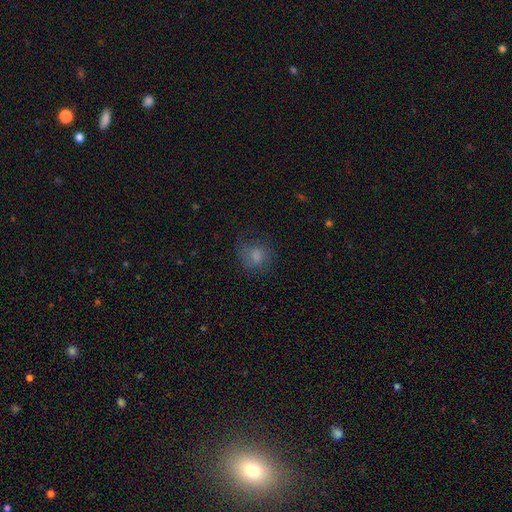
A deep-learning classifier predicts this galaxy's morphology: smooth-or-featured: smooth: 72% | featured or disk: 16% | star or artifact: 12%
  how-rounded: round: 70% | in between: 29% | cigar-shaped: 1%
  merging: none: 63% | minor disturbance: 21% | major disturbance: 14% | merger: 2%